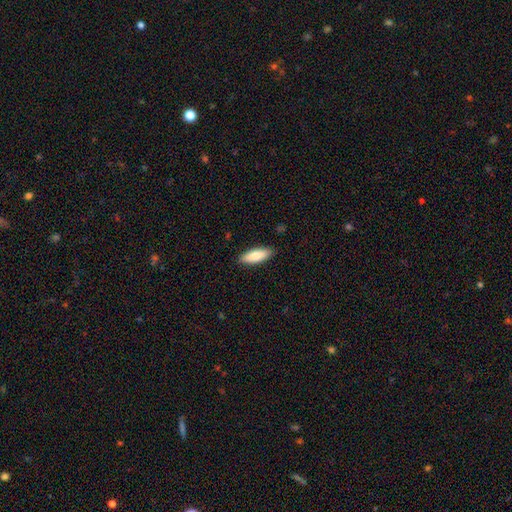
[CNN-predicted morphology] smooth-or-featured: smooth: 81% | featured or disk: 13% | star or artifact: 6%
  how-rounded: in between: 69% | cigar-shaped: 29% | round: 2%
  merging: none: 89% | minor disturbance: 8% | major disturbance: 2% | merger: 1%